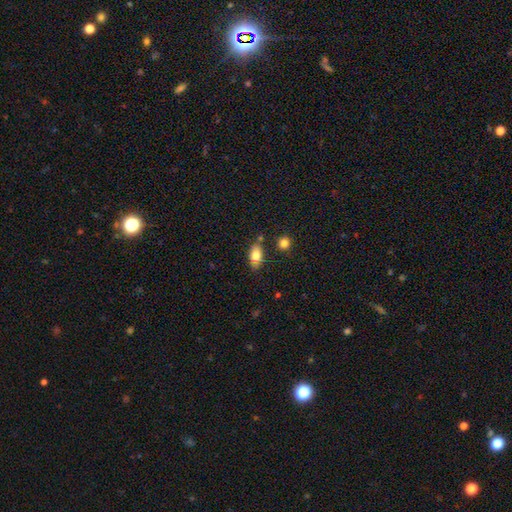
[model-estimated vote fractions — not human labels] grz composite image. It shows a smooth galaxy with no disk features (78%) that is in between round and cigar-shaped (87%). Merging: none (77%).